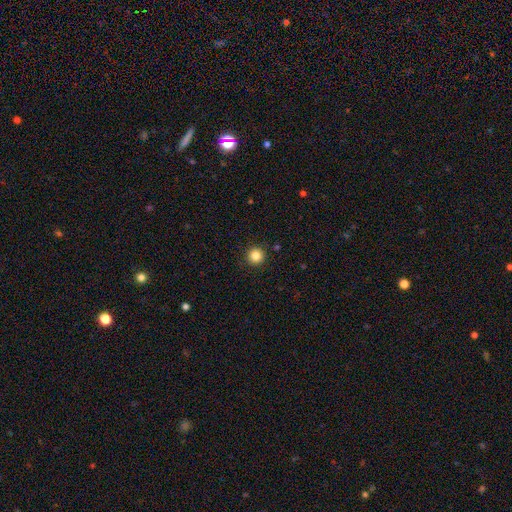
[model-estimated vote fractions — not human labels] This appears to be a smooth galaxy with no disk features (85%) that is round (96%). Merging: none (93%).